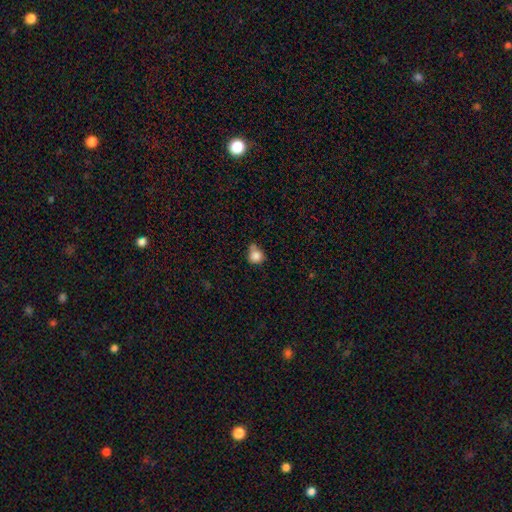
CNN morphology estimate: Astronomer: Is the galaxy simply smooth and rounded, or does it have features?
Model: smooth — 83%.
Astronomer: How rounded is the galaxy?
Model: round — 78%.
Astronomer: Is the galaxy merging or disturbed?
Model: none — 44% (runner-up: minor disturbance, 30%).